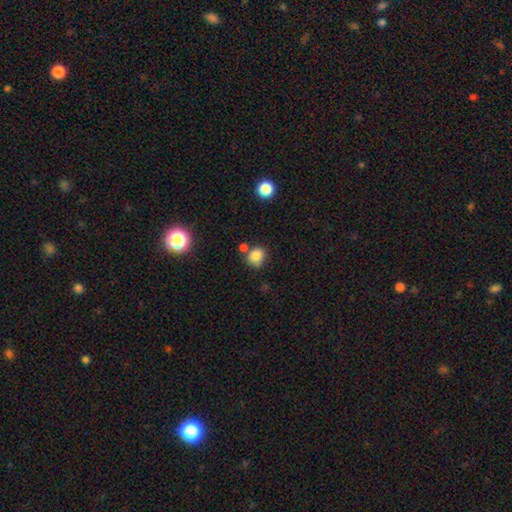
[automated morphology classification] This appears to be a smooth galaxy with no disk features (82%) that is round (74%). Merging: none (64%).